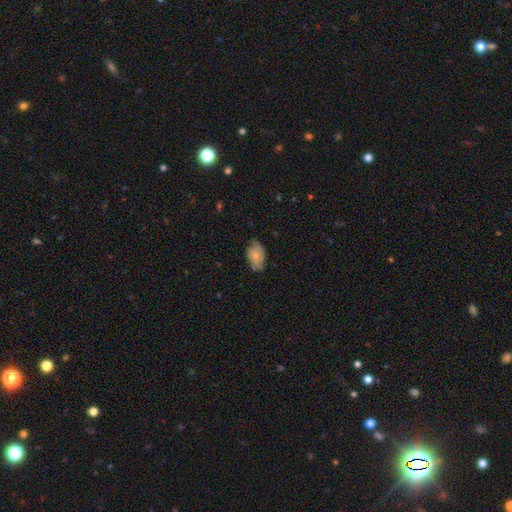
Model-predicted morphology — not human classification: Q: Smooth or featured?
A: smooth (51%); runner-up: featured or disk (42%)
Q: How rounded?
A: in between (90%); runner-up: round (8%)
Q: Merging?
A: none (64%); runner-up: minor disturbance (27%)